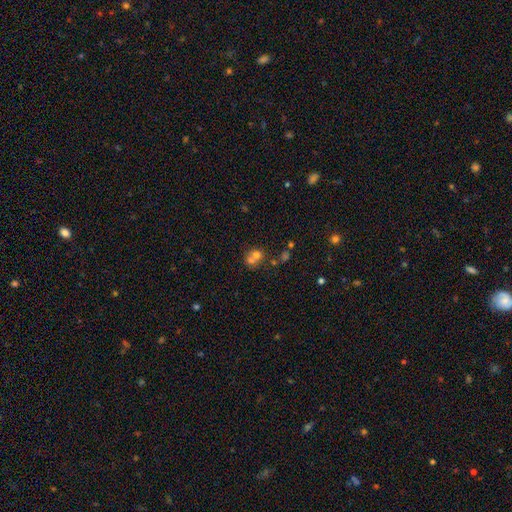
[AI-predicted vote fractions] A smooth galaxy with no disk features (64%) that is round (77%). Merging: merger (59%).